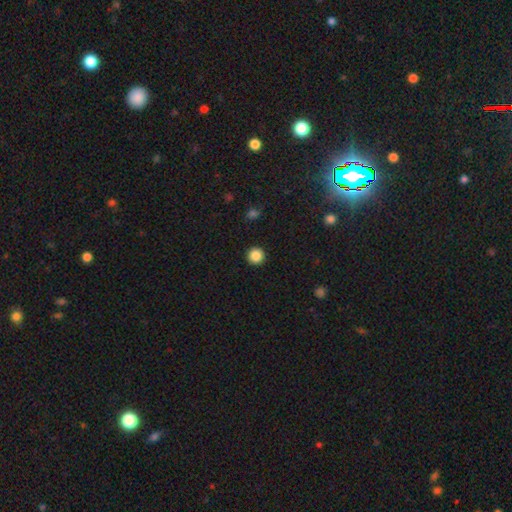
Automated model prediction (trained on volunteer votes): smooth 86%, star or artifact 10%, featured or disk 4%. Down the decision tree: how rounded — round (96%); merging — none (93%).